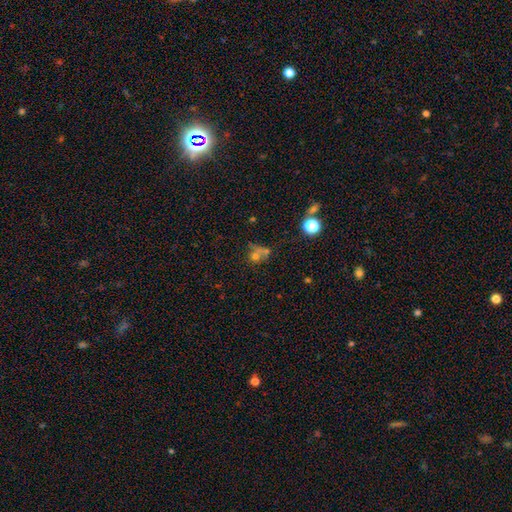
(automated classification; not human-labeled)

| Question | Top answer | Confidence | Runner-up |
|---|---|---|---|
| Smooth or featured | smooth | 58% | star or artifact (24%) |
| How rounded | round | 78% | in between (20%) |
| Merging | none | 40% | merger (39%) |